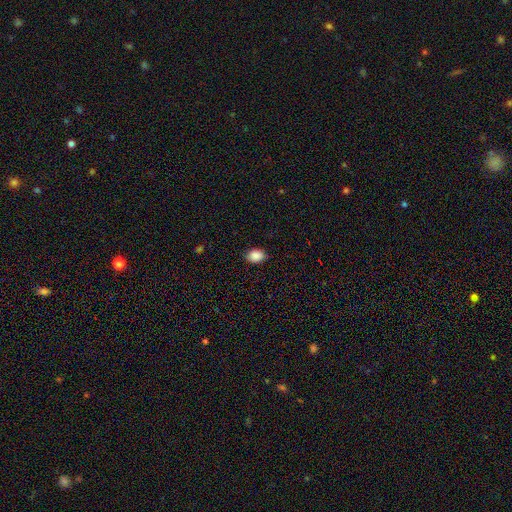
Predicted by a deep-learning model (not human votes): Morphology: type=smooth (89%); roundness=in between (77%); merging=none (87%).